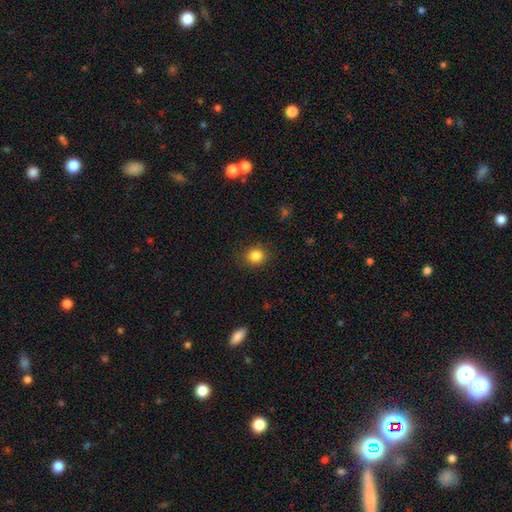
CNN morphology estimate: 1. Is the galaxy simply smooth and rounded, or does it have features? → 85% smooth, 11% star or artifact, 5% featured or disk.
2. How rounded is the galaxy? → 78% round, 21% in between, 1% cigar-shaped.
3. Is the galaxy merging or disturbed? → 87% none, 9% minor disturbance, 3% major disturbance, 1% merger.